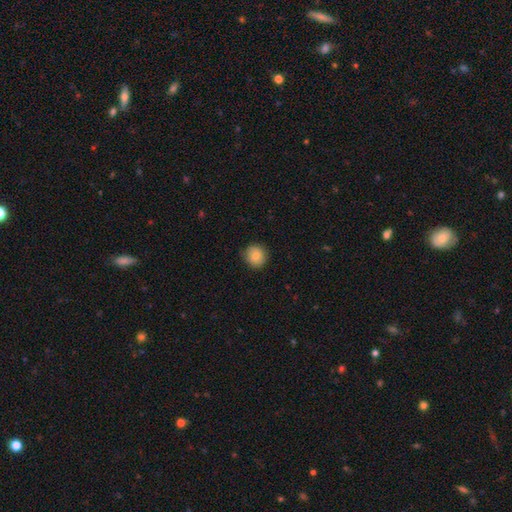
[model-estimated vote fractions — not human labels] The model was most divided on "smooth or featured": smooth: 81%, featured or disk: 10%, star or artifact: 9%. More confident: how rounded — round (89%); merging — none (86%).